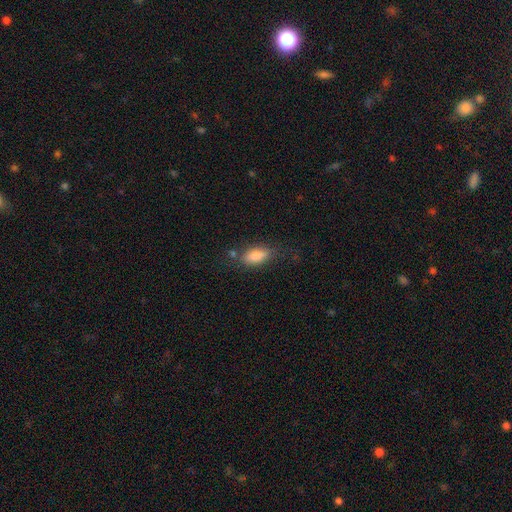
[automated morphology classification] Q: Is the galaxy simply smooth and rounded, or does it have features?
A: smooth — 82%.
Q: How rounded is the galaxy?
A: in between — 85%.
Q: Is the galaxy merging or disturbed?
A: none — 66%.